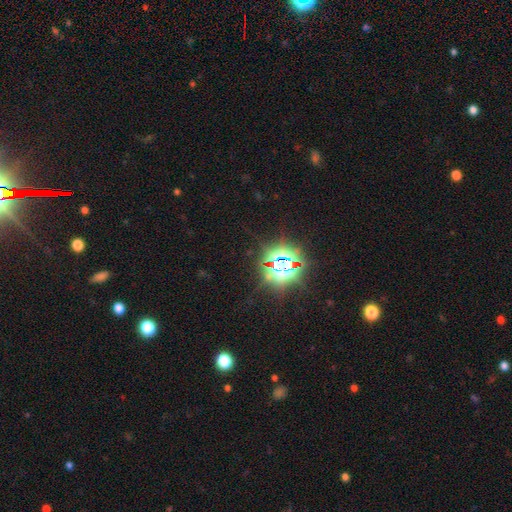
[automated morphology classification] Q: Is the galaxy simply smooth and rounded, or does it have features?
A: star or artifact — 83%.